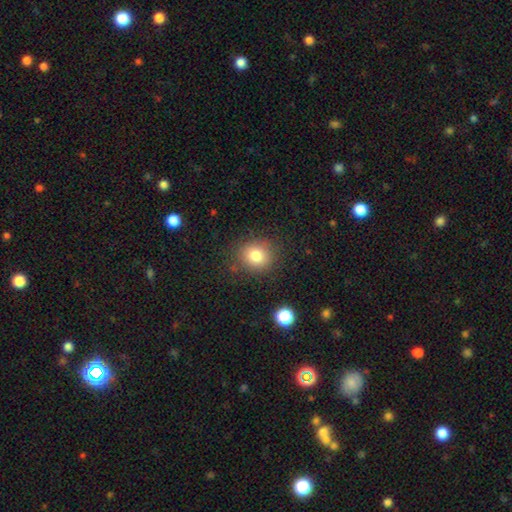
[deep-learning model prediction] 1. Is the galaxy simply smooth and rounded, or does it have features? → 80% smooth, 12% star or artifact, 8% featured or disk.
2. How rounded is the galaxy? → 80% round, 19% in between, 1% cigar-shaped.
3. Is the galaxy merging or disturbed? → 83% none, 11% minor disturbance, 4% major disturbance, 2% merger.